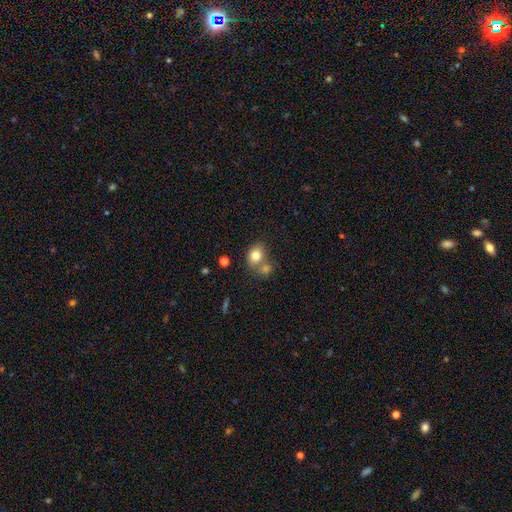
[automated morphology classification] The model was most divided on "how rounded": round: 50%, in between: 49%, cigar-shaped: 1%. Remaining: smooth or featured — smooth (79%); merging — none (45%).